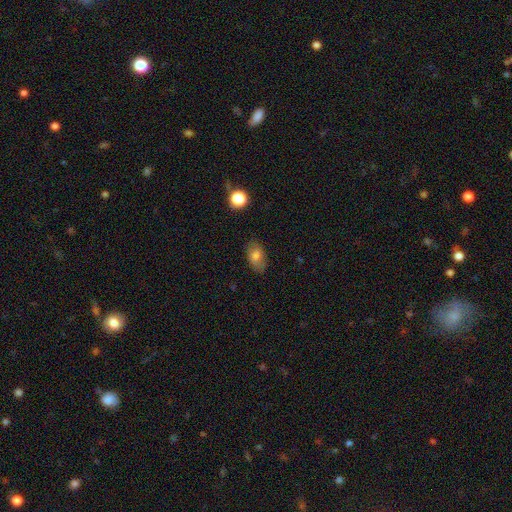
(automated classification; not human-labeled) Overall: smooth (75%). How rounded: in between (90%). Merging: none (81%).